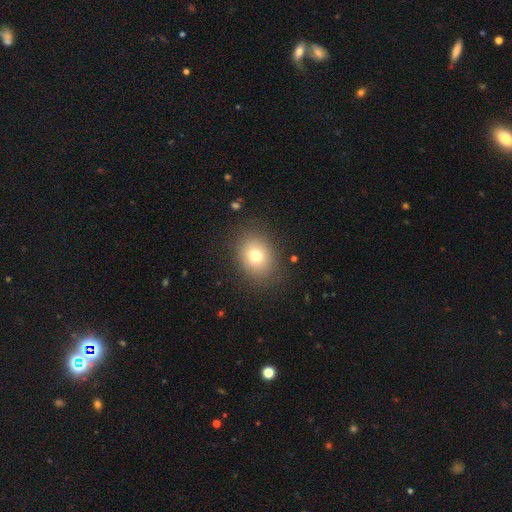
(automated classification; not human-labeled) Smooth or featured: smooth — 74% (star or artifact — 13%)
How rounded: round — 54% (in between — 45%)
Merging: none — 85% (minor disturbance — 10%)